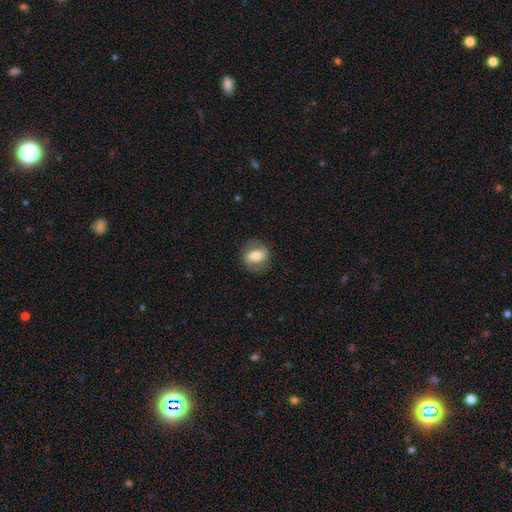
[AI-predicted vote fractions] Smooth or featured? smooth (52%)
How rounded? in between (50%)
Merging? none (80%)